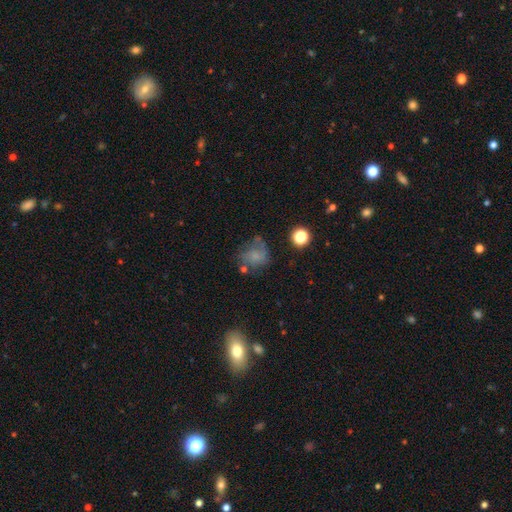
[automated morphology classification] This is possibly a smooth galaxy (46%). Merging: marginally none (40%).